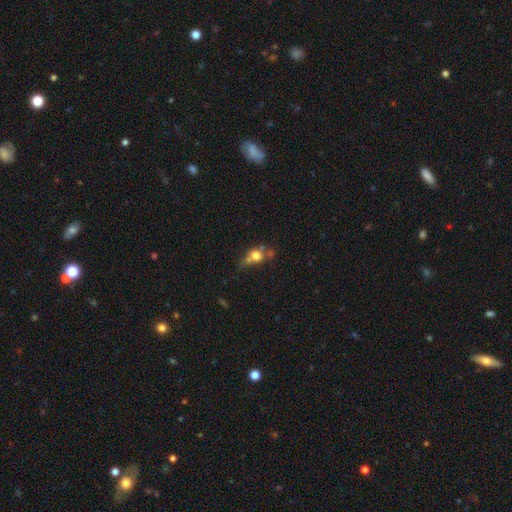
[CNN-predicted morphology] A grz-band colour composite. It shows a smooth galaxy with no disk features (68%) that is round (67%). Merging: none (38%).